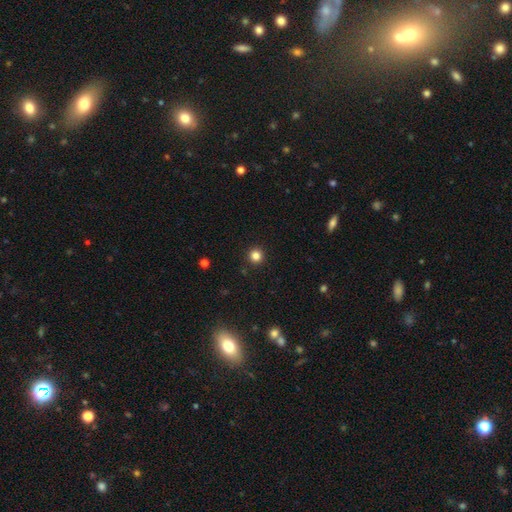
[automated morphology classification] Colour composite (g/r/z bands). It shows a smooth galaxy with no disk features (84%) that is round (95%). Merging: none (93%).